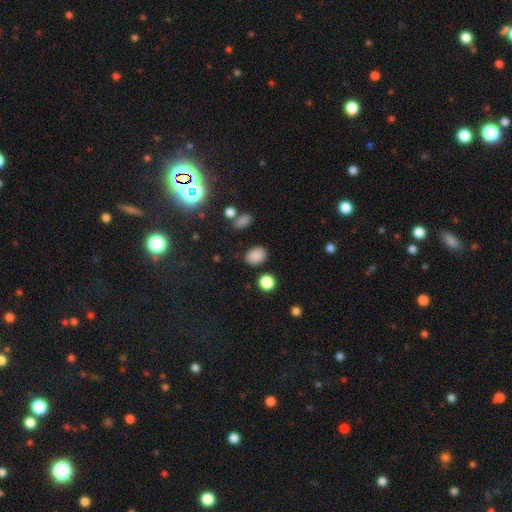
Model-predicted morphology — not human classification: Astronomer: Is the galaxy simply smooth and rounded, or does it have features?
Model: smooth — 84%.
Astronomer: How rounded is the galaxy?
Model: in between — 68%.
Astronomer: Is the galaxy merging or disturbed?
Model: none — 83%.